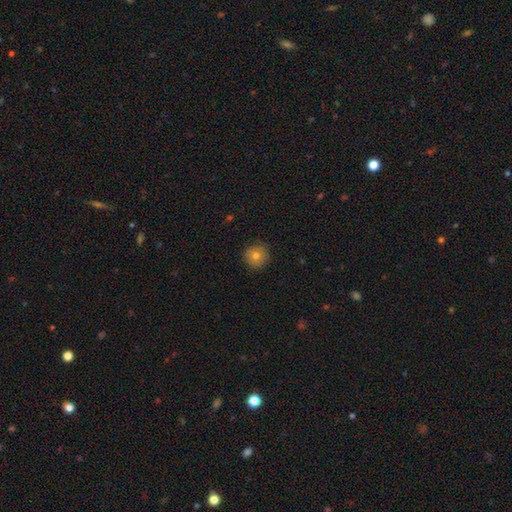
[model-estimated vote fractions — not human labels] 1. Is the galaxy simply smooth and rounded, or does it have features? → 77% smooth, 13% featured or disk, 11% star or artifact.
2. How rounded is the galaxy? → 95% round, 4% in between, 1% cigar-shaped.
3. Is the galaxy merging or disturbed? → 90% none, 7% minor disturbance, 2% major disturbance, 1% merger.